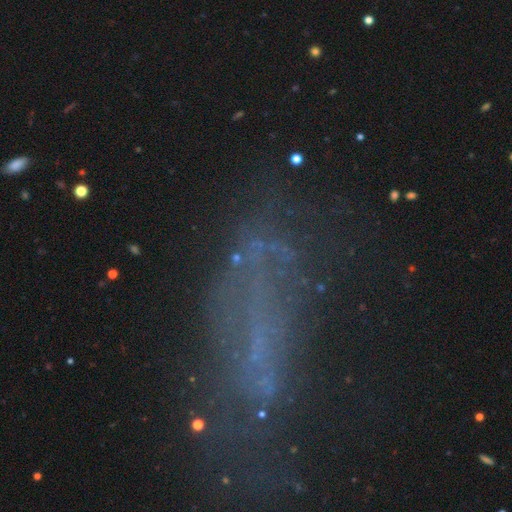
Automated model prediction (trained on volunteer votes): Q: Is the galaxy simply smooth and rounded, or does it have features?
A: featured or disk — 44%.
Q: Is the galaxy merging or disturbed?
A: none — 46%.